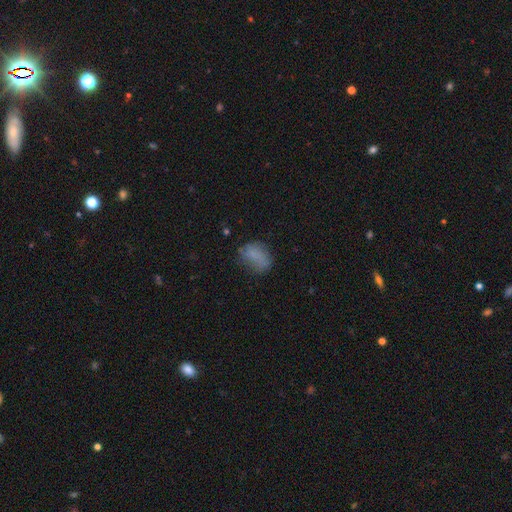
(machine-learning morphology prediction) smooth-or-featured: smooth: 73% | featured or disk: 15% | star or artifact: 12%
  how-rounded: in between: 81% | round: 17% | cigar-shaped: 2%
  merging: none: 50% | minor disturbance: 30% | major disturbance: 17% | merger: 3%